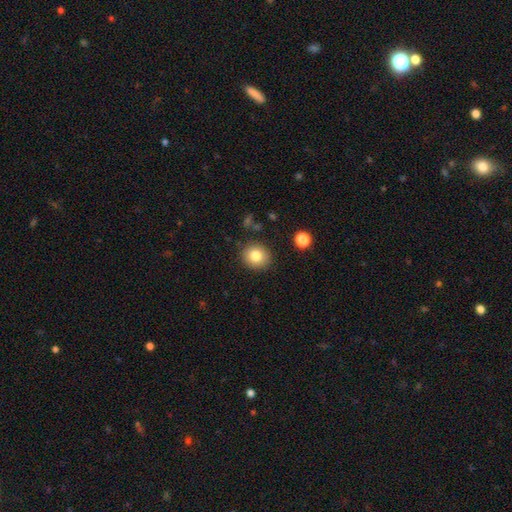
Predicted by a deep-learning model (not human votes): Morphology: type=smooth (81%); roundness=round (83%); merging=none (88%).